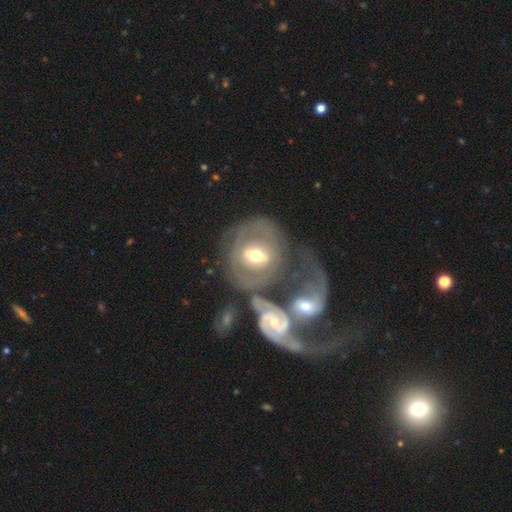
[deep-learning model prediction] Smooth or featured: featured or disk — 71% (smooth — 23%)
Edge-on disk: no — 95% (yes — 5%)
Bar: strong — 40% (weak — 39%)
Spiral arms: yes — 63% (no — 37%)
Bulge size: moderate — 68% (small — 21%)
Merging: merger — 36% (tied with none — 36%)